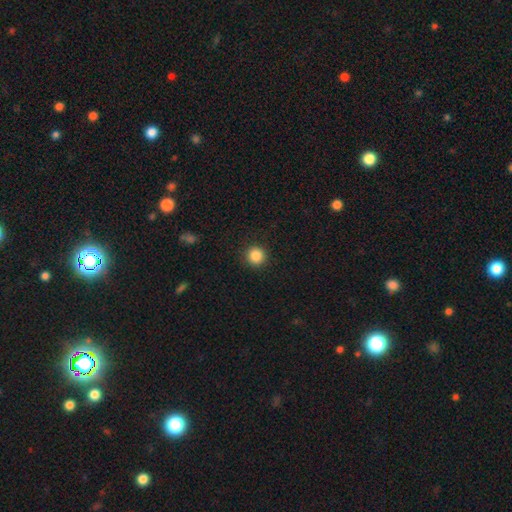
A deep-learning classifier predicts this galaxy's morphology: The model was most divided on "smooth or featured": smooth: 86%, star or artifact: 10%, featured or disk: 4%. More confident: how rounded — round (95%); merging — none (92%).